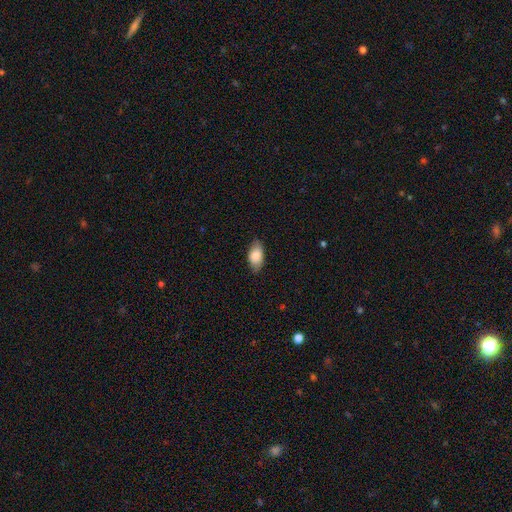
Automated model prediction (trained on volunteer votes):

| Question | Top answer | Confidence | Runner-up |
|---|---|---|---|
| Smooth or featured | smooth | 84% | featured or disk (10%) |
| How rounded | in between | 92% | round (4%) |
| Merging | none | 81% | minor disturbance (15%) |